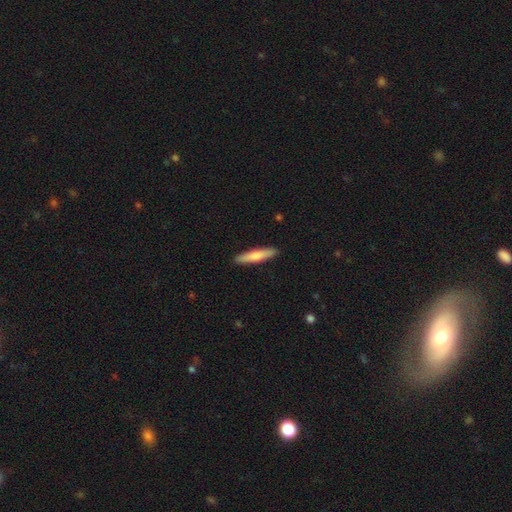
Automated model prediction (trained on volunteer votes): smooth 71%, featured or disk 24%, star or artifact 5%. Down the decision tree: how rounded — cigar-shaped (87%); merging — none (91%).